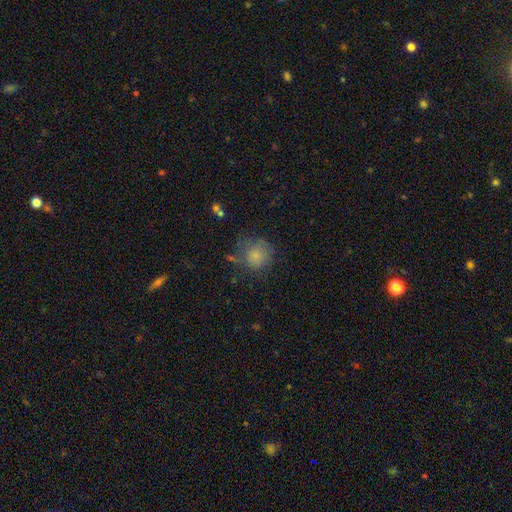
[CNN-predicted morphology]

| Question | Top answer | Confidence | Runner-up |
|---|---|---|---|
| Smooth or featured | smooth | 75% | featured or disk (15%) |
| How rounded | round | 85% | in between (14%) |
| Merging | none | 56% | minor disturbance (24%) |